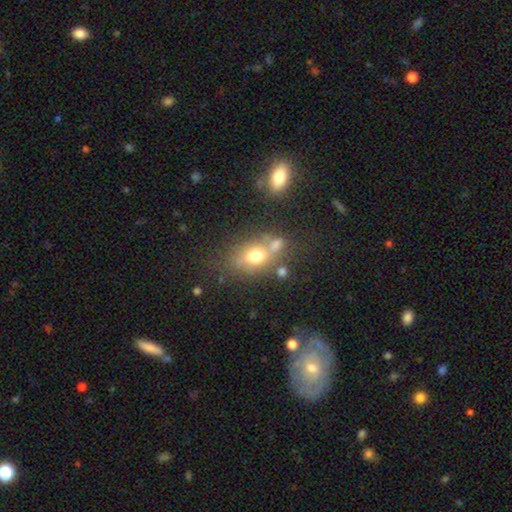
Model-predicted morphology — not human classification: A smooth galaxy with no disk features (67%) that is in between round and cigar-shaped (65%). Merging: none (51%).